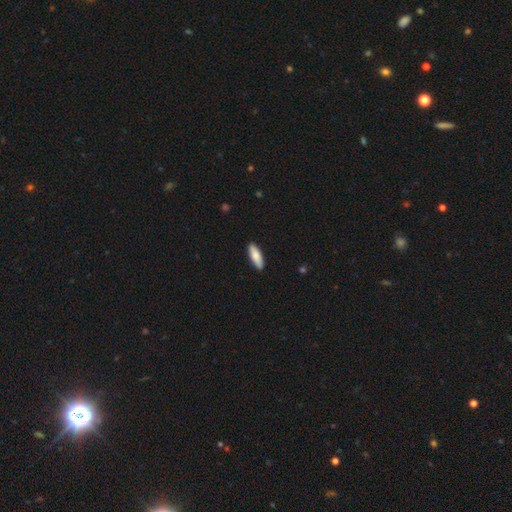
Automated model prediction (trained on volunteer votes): Smooth or featured? Predicted: smooth (p=0.80). How rounded? Predicted: in between (p=0.57). Merging? Predicted: none (p=0.90).